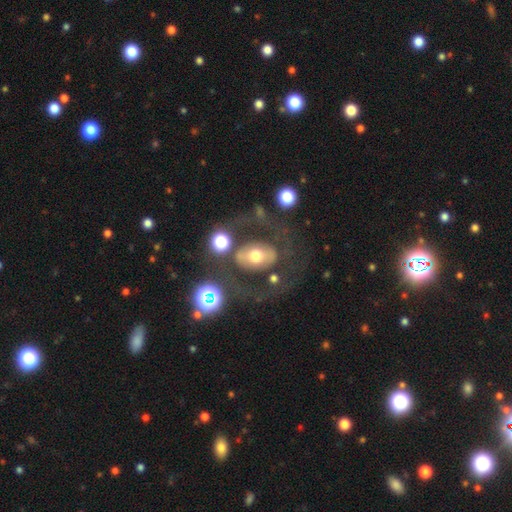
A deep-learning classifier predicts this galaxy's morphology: Smooth or featured? Predicted: featured or disk (p=0.50). Edge-on disk? Predicted: no (p=0.93). Merging? Predicted: none (p=0.58).